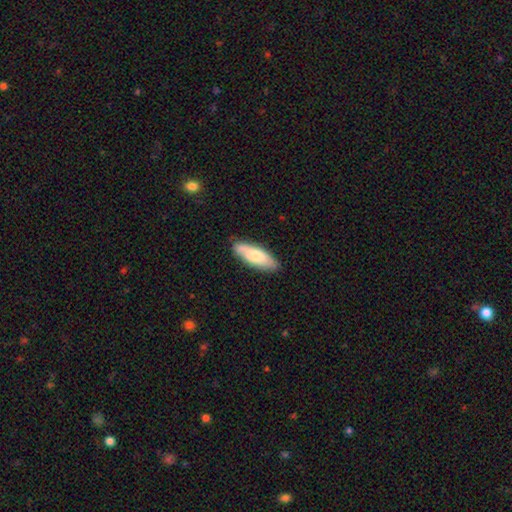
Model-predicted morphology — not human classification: Smooth or featured?
  - smooth: 73% *
  - featured or disk: 21%
  - star or artifact: 6%
How rounded?
  - in between: 60% *
  - cigar-shaped: 38%
  - round: 2%
Merging?
  - none: 81% *
  - minor disturbance: 14%
  - major disturbance: 3%
  - merger: 2%